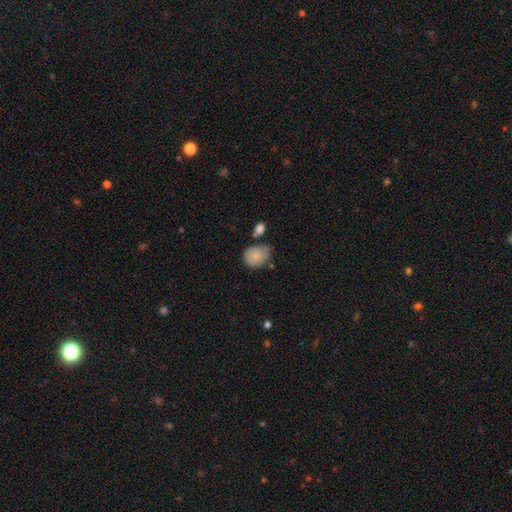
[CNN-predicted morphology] This appears to be a smooth galaxy with no disk features (82%) that is round (53%). Merging: none (48%).